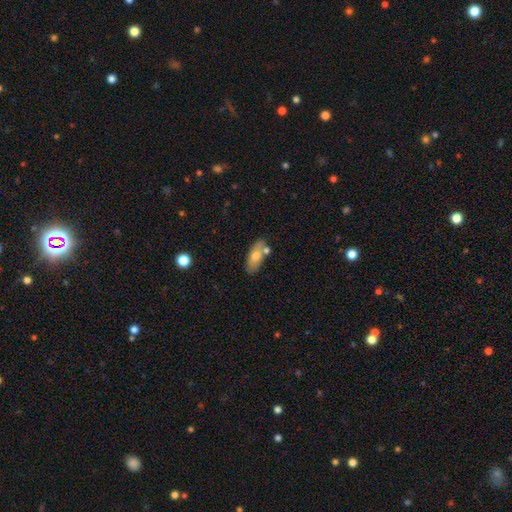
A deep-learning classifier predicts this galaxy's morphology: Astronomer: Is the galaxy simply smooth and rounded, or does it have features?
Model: smooth — 69%.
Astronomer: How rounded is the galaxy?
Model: in between — 82%.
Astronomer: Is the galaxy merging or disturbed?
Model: none — 69%.